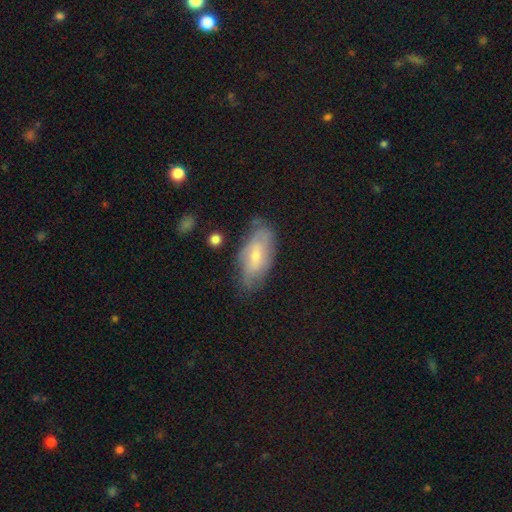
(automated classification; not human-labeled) Morphology: type=smooth (47%); merging=none (65%).